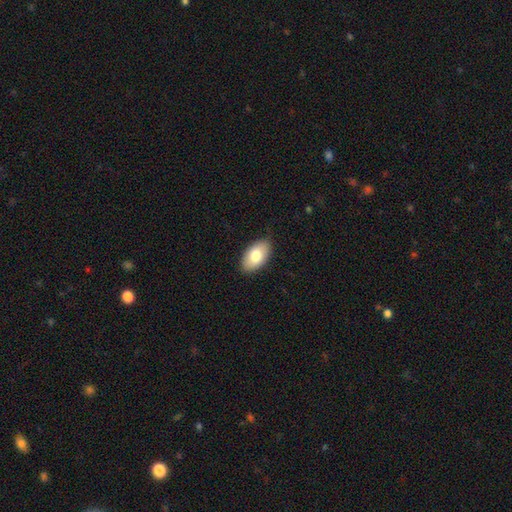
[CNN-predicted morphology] A smooth galaxy with no disk features (80%) that is in between round and cigar-shaped (95%).

Vote fractions:
- Smooth or featured? smooth: 80% / featured or disk: 14% / star or artifact: 6%
- How rounded? in between: 95% / round: 4% / cigar-shaped: 1%
- Merging? none: 86% / minor disturbance: 11% / major disturbance: 2% / merger: 1%